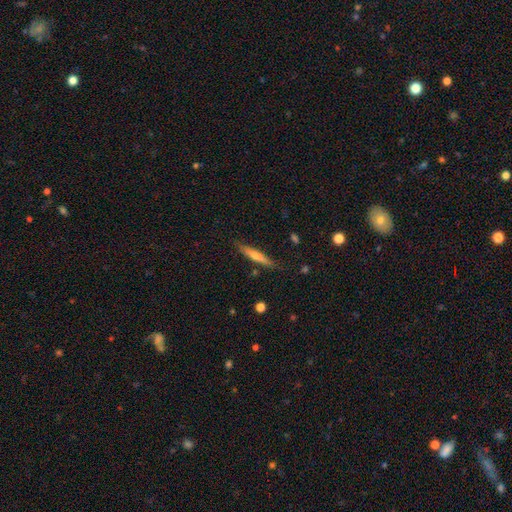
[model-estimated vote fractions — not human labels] Morphology: type=smooth (53%); roundness=cigar-shaped (92%); merging=none (84%).